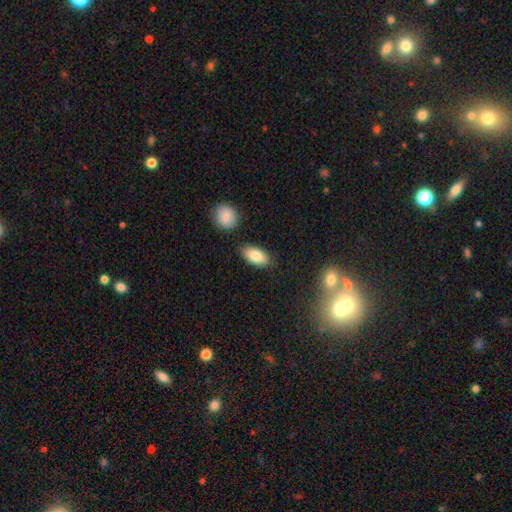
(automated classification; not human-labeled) Smooth or featured? smooth (83%)
How rounded? in between (92%)
Merging? none (81%)